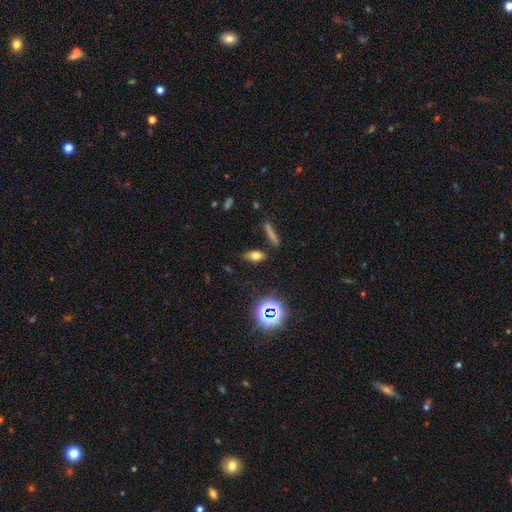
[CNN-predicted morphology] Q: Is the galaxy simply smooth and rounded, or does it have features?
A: smooth — 65%.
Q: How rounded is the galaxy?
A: in between — 71%.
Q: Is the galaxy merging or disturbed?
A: none — 82%.